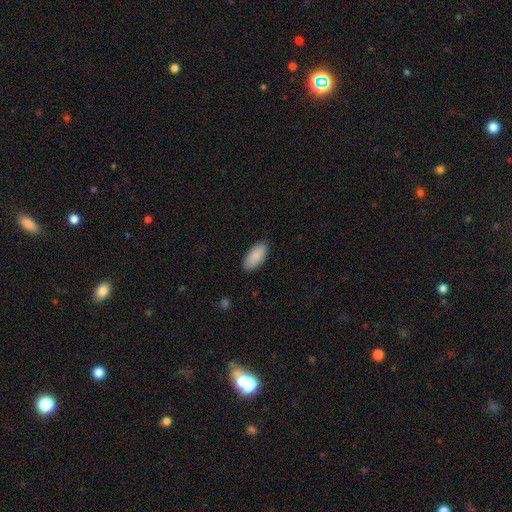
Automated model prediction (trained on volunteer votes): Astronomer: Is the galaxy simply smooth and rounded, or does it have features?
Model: smooth — 90%.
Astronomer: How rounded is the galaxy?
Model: in between — 93%.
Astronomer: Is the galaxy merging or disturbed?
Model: none — 88%.